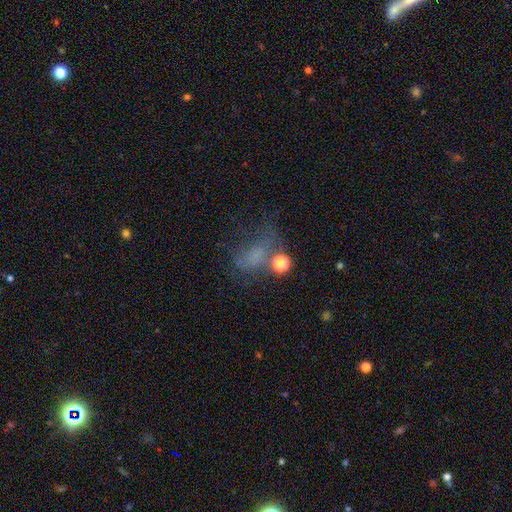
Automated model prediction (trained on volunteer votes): smooth_or_featured: smooth (p=0.48) [alt: featured or disk p=0.27]
merging: major disturbance (p=0.39) [alt: none p=0.30]